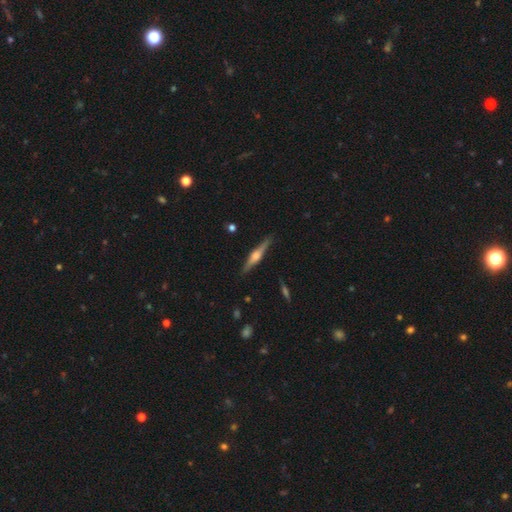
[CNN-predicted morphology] featured or disk 75%, smooth 20%, star or artifact 6%. Down the decision tree: edge-on disk — yes (98%); edge-on bulge — rounded (87%); merging — none (89%).